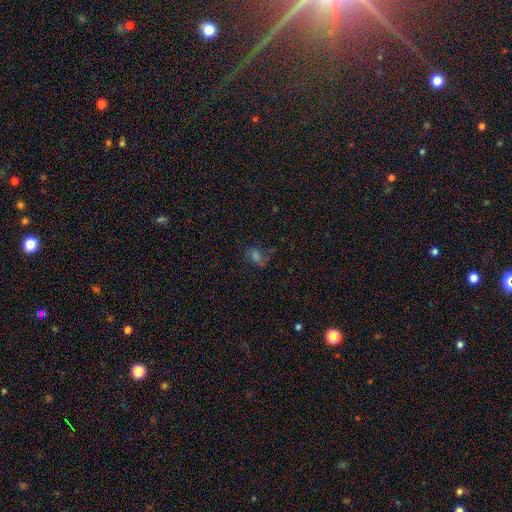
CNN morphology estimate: A smooth galaxy with no disk features (54%) that is in between round and cigar-shaped (72%). Merging: none (60%).